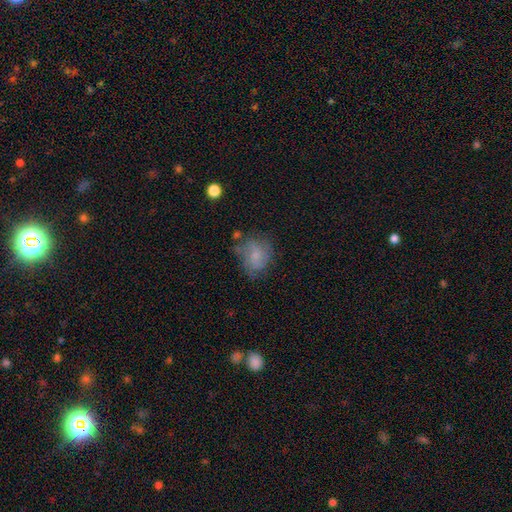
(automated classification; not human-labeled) Q: Smooth or featured?
A: smooth (60%); runner-up: featured or disk (30%)
Q: How rounded?
A: round (60%); runner-up: in between (39%)
Q: Merging?
A: none (54%); runner-up: minor disturbance (27%)